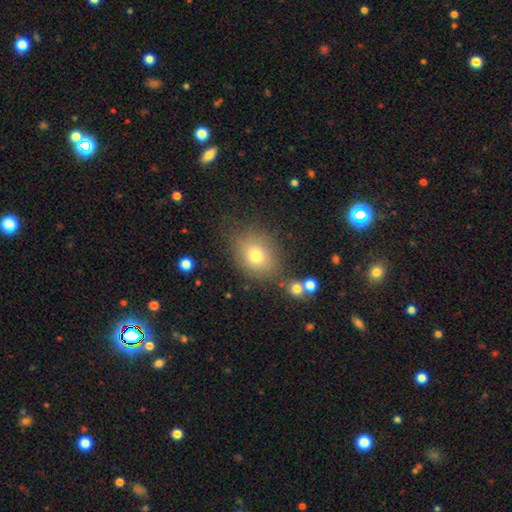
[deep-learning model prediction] Morphology: type=smooth (73%); roundness=round (49%, tied with in between); merging=none (71%).